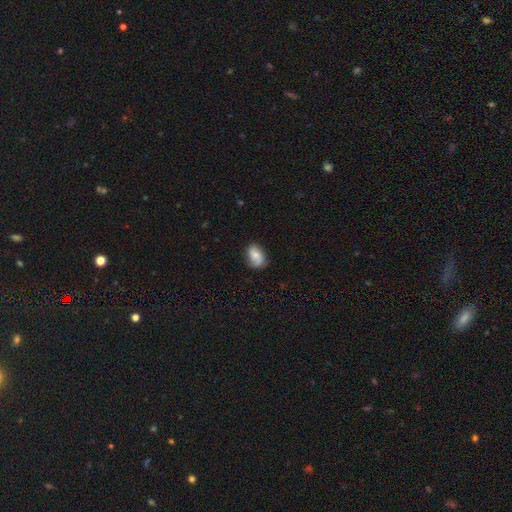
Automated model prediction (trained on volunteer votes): This appears to be a smooth galaxy with no disk features (60%) that is in between round and cigar-shaped (82%). Merging: none (67%).